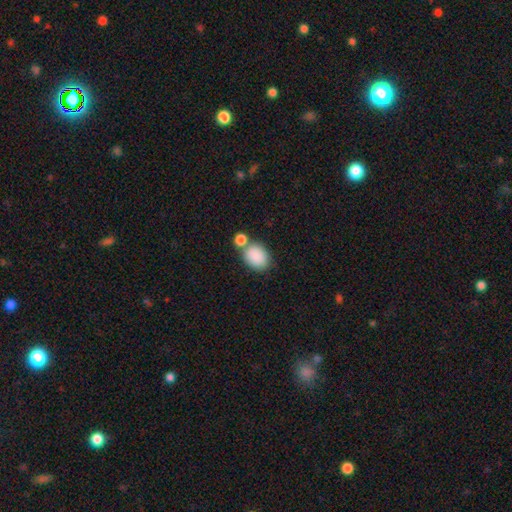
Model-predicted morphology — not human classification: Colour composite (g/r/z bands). It shows a smooth galaxy with no disk features (88%) that is in between round and cigar-shaped (74%). Merging: none (58%).